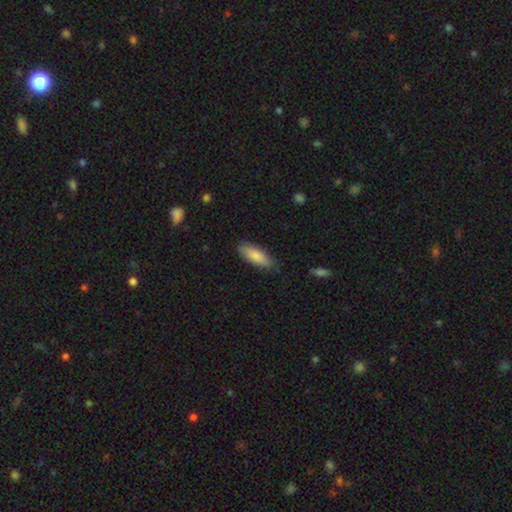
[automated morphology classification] smooth-or-featured: smooth: 84% | featured or disk: 11% | star or artifact: 6%
  how-rounded: in between: 68% | cigar-shaped: 30% | round: 2%
  merging: none: 83% | minor disturbance: 13% | major disturbance: 2% | merger: 1%